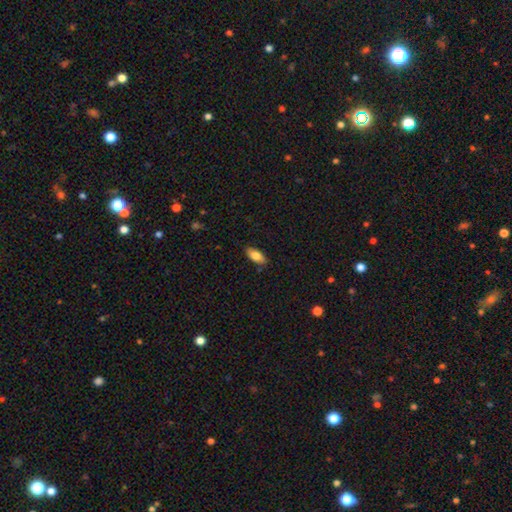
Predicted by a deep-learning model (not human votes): Smooth or featured?
  - smooth: 81% *
  - featured or disk: 12%
  - star or artifact: 7%
How rounded?
  - in between: 88% *
  - cigar-shaped: 10%
  - round: 2%
Merging?
  - none: 86% *
  - minor disturbance: 11%
  - major disturbance: 2%
  - merger: 1%